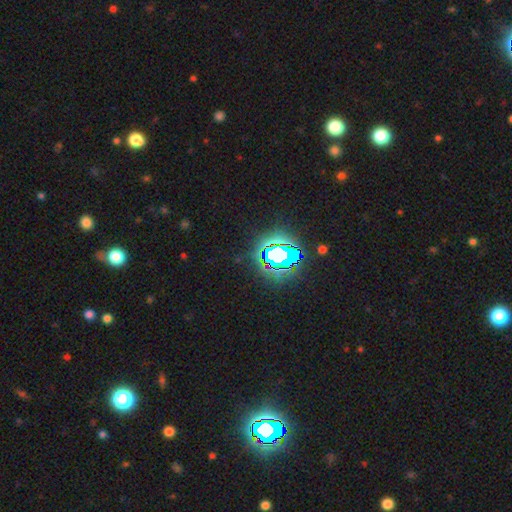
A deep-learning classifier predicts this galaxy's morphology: Q: Smooth or featured?
A: star or artifact (72%); runner-up: smooth (17%)